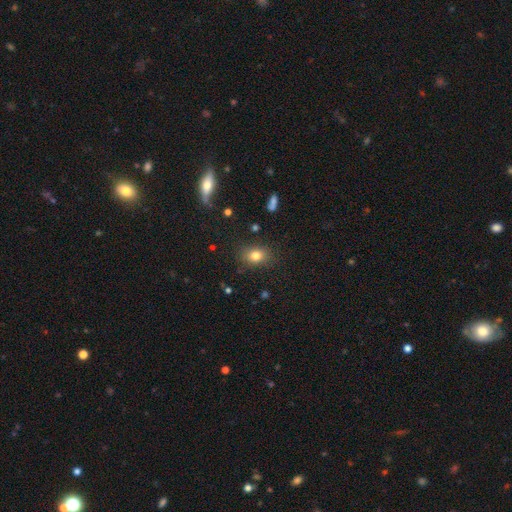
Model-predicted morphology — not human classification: Smooth or featured?
  - smooth: 78% *
  - star or artifact: 13%
  - featured or disk: 9%
How rounded?
  - in between: 58% *
  - round: 41%
  - cigar-shaped: 2%
Merging?
  - none: 84% *
  - minor disturbance: 12%
  - major disturbance: 3%
  - merger: 1%